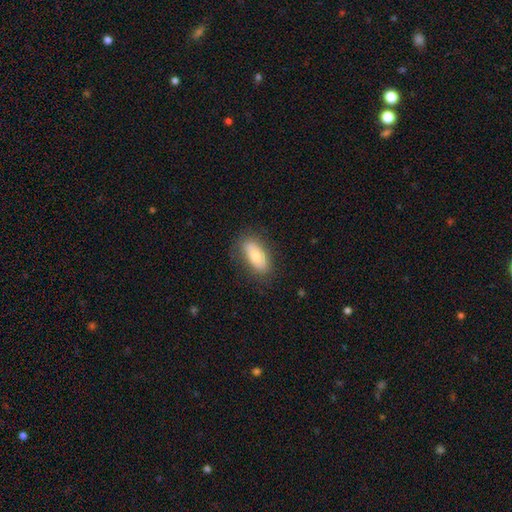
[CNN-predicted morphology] type=smooth (72%); roundness=in between (89%); merging=none (77%).